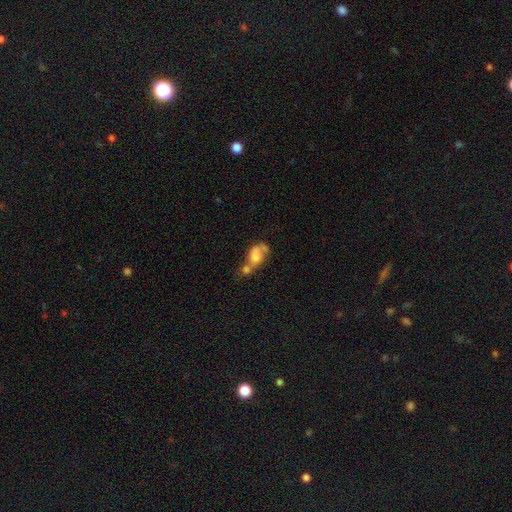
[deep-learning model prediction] smooth 62%, featured or disk 28%, star or artifact 10%. Down the decision tree: how rounded — in between (73%); merging — merger (65%).